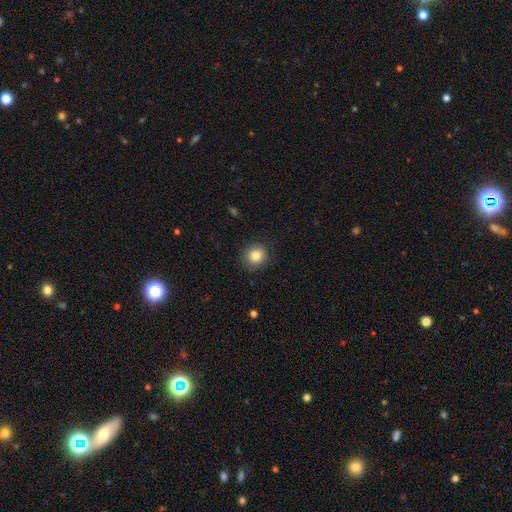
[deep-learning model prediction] Smooth or featured?
  - smooth: 84% *
  - star or artifact: 10%
  - featured or disk: 6%
How rounded?
  - round: 86% *
  - in between: 13%
  - cigar-shaped: 1%
Merging?
  - none: 85% *
  - minor disturbance: 11%
  - major disturbance: 3%
  - merger: 1%